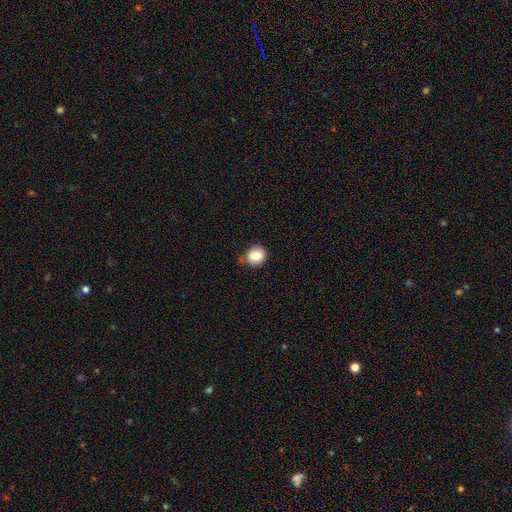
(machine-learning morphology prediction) Smooth or featured? Predicted: smooth (p=0.84). How rounded? Predicted: round (p=0.78). Merging? Predicted: none (p=0.76).